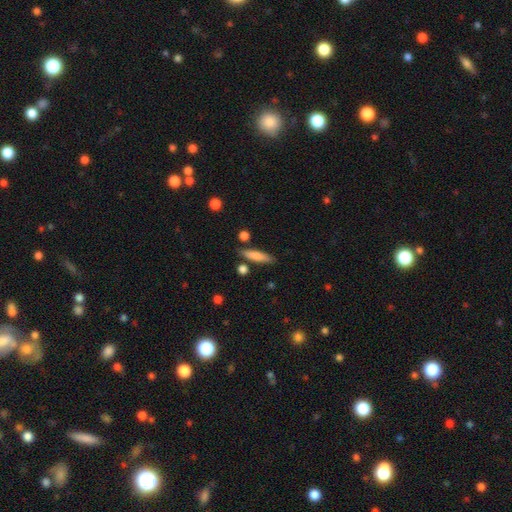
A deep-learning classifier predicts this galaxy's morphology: smooth_or_featured: smooth (p=0.78) [alt: featured or disk p=0.16]
how_rounded: cigar-shaped (p=0.77) [alt: in between p=0.21]
merging: none (p=0.81) [alt: minor disturbance p=0.11]